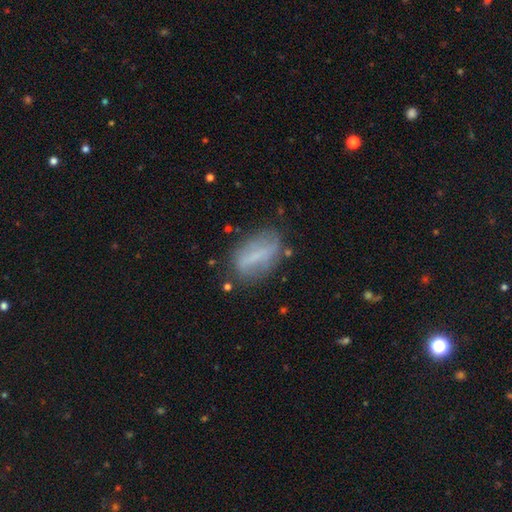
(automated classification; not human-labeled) Smooth or featured: smooth — 49% (featured or disk — 42%)
Merging: none — 67% (minor disturbance — 21%)